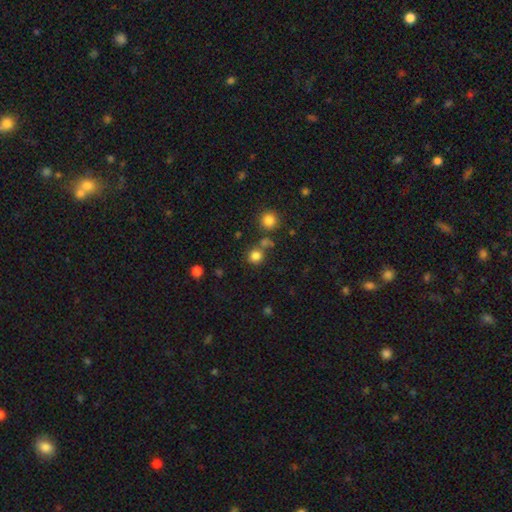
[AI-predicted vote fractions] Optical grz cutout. It shows a smooth galaxy with no disk features (80%) that is round (89%). Merging: none (72%).